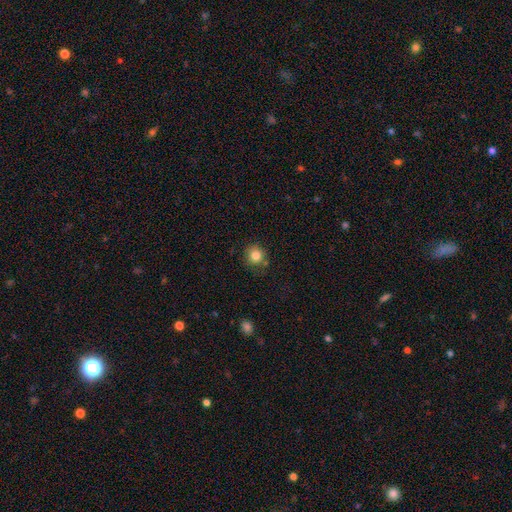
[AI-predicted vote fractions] A smooth galaxy with no disk features (82%) that is round (89%).

Vote fractions:
- Smooth or featured? smooth: 82% / star or artifact: 11% / featured or disk: 7%
- How rounded? round: 89% / in between: 10% / cigar-shaped: 1%
- Merging? none: 77% / minor disturbance: 15% / merger: 5% / major disturbance: 4%